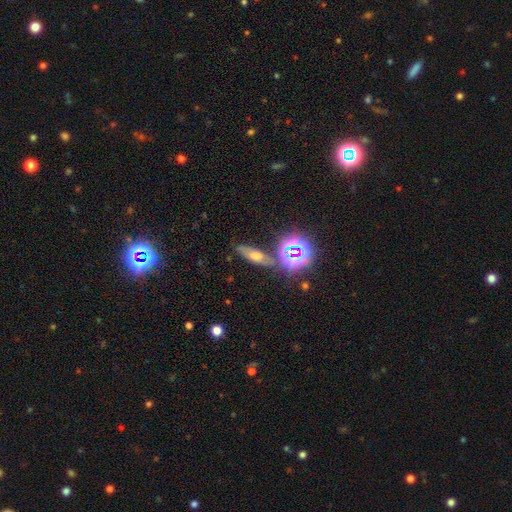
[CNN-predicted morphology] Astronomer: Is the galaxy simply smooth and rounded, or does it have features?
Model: smooth — 39% (runner-up: star or artifact, 33%).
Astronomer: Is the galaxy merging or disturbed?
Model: none — 75%.